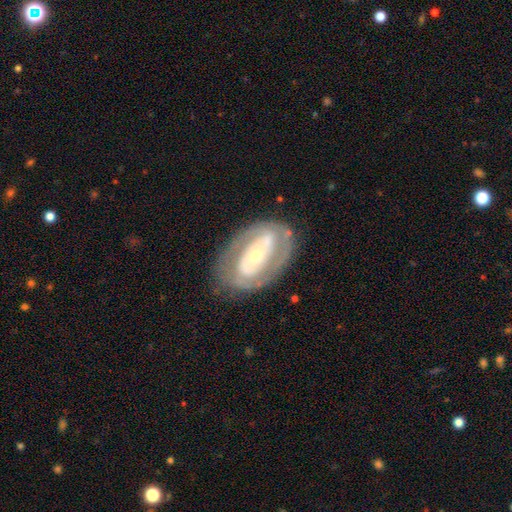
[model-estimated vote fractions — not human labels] smooth_or_featured: featured or disk (p=0.76) [alt: smooth p=0.18]
disk_edge_on: no (p=0.93) [alt: yes p=0.07]
bar: no (p=0.38) [alt: strong p=0.36]
has_spiral_arms: yes (p=0.63) [alt: no p=0.37]
bulge_size: small (p=0.59) [alt: moderate p=0.33]
merging: none (p=0.74) [alt: minor disturbance p=0.15]